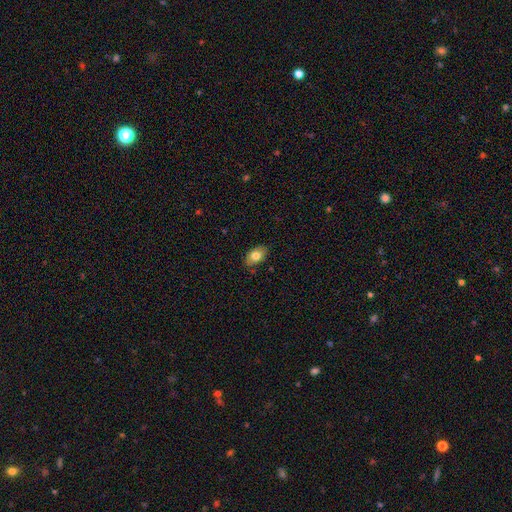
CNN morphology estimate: smooth-or-featured: smooth: 79% | featured or disk: 14% | star or artifact: 7%
  how-rounded: in between: 90% | round: 8% | cigar-shaped: 2%
  merging: none: 84% | minor disturbance: 13% | major disturbance: 2% | merger: 1%